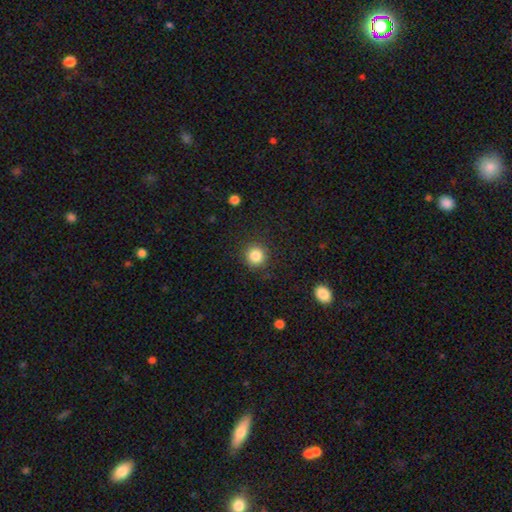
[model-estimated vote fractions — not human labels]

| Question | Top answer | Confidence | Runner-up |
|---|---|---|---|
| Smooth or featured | smooth | 84% | star or artifact (11%) |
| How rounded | round | 93% | in between (6%) |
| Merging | none | 89% | minor disturbance (7%) |